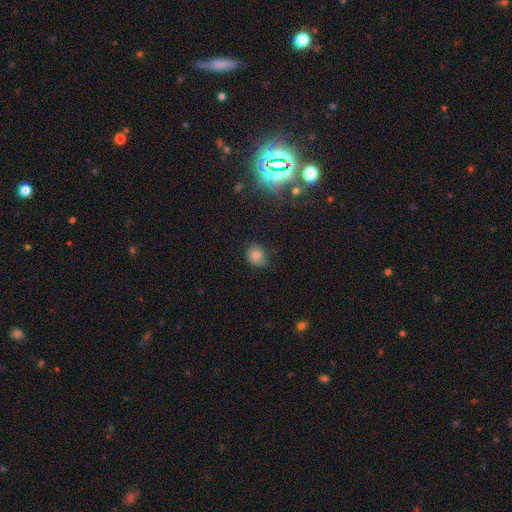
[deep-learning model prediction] Smooth or featured? Predicted: smooth (p=0.76). How rounded? Predicted: round (p=0.66). Merging? Predicted: none (p=0.62).